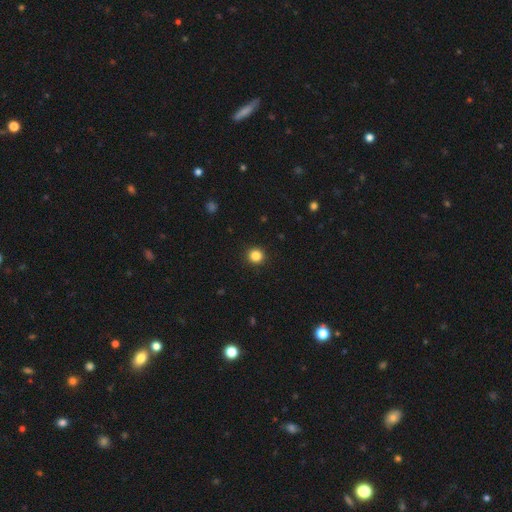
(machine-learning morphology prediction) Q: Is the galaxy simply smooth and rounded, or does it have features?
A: smooth — 85%.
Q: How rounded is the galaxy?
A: round — 94%.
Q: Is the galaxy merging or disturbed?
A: none — 93%.